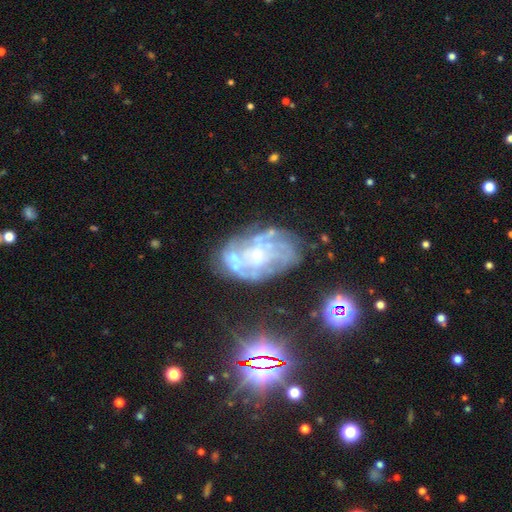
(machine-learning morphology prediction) A featured or disk galaxy (73%) with no bar (78%), spiral arms (56%) and a small central bulge (56%). Merging: none (55%).